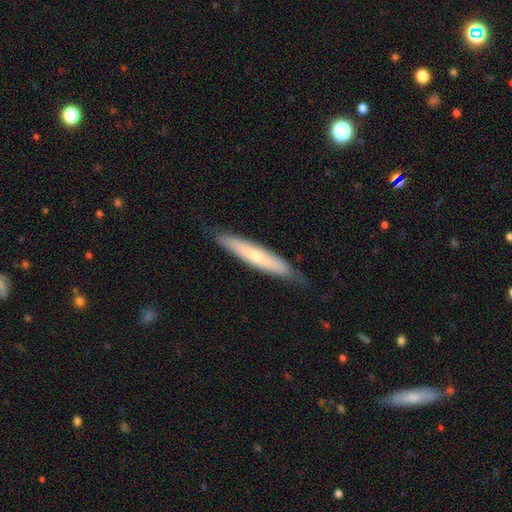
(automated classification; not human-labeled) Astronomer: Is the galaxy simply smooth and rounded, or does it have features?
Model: smooth — 56% (runner-up: featured or disk, 38%).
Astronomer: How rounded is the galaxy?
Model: cigar-shaped — 90%.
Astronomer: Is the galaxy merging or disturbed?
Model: none — 79%.